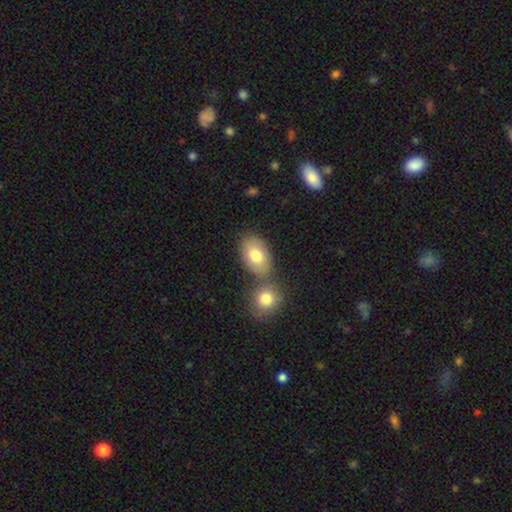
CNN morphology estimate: A smooth galaxy with no disk features (78%) that is in between round and cigar-shaped (84%).

Vote fractions:
- Smooth or featured? smooth: 78% / featured or disk: 14% / star or artifact: 8%
- How rounded? in between: 84% / round: 15% / cigar-shaped: 1%
- Merging? none: 56% / merger: 29% / minor disturbance: 11% / major disturbance: 3%